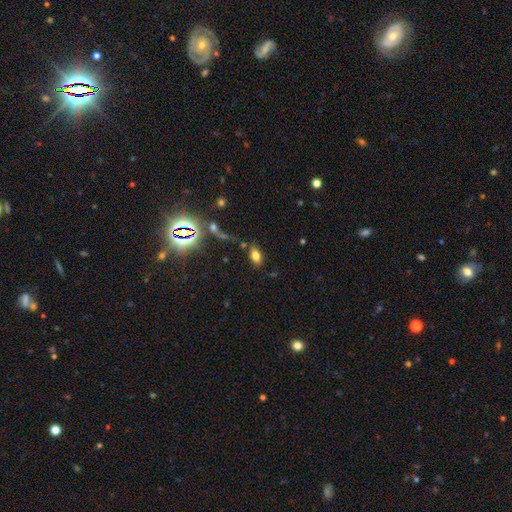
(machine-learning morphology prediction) type=smooth (73%); roundness=in between (90%); merging=none (75%).